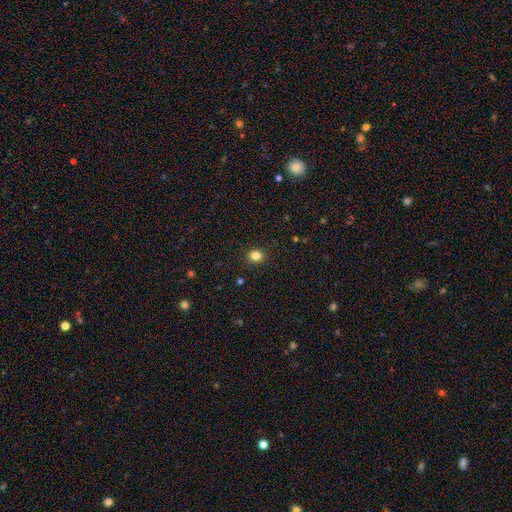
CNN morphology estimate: type=smooth (83%); roundness=round (72%); merging=none (90%).